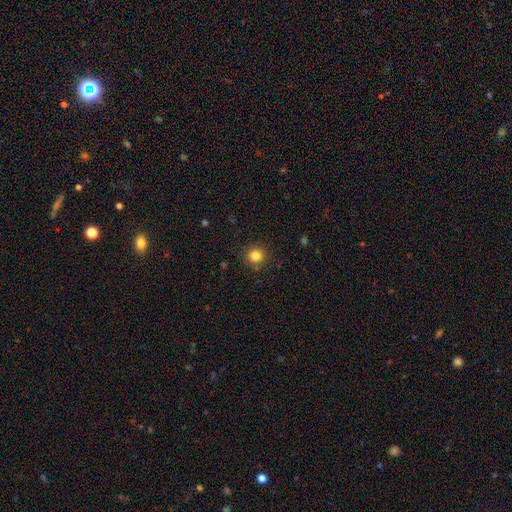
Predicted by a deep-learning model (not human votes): This is clearly a smooth galaxy (83%). How rounded: clearly round (93%). Merging: clearly none (89%).